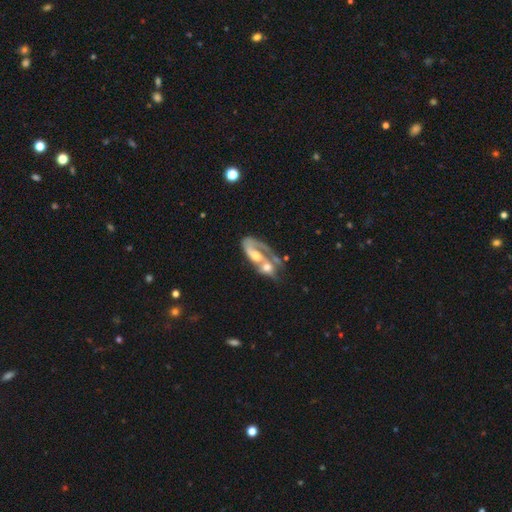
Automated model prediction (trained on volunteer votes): Q: Smooth or featured?
A: featured or disk (72%); runner-up: smooth (21%)
Q: Edge-on disk?
A: no (95%); runner-up: yes (5%)
Q: Bar?
A: no (62%); runner-up: weak (28%)
Q: Spiral arms?
A: yes (73%); runner-up: no (27%)
Q: Bulge size?
A: moderate (60%); runner-up: small (20%)
Q: Merging?
A: merger (65%); runner-up: major disturbance (15%)